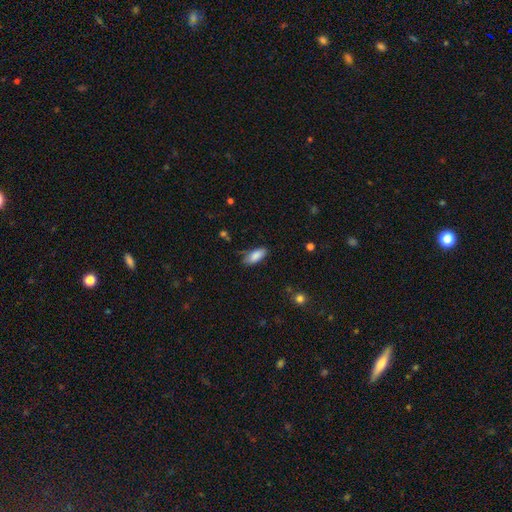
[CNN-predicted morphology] smooth-or-featured: smooth: 86% | featured or disk: 7% | star or artifact: 7%
  how-rounded: in between: 85% | cigar-shaped: 14% | round: 2%
  merging: none: 75% | minor disturbance: 20% | major disturbance: 4% | merger: 2%